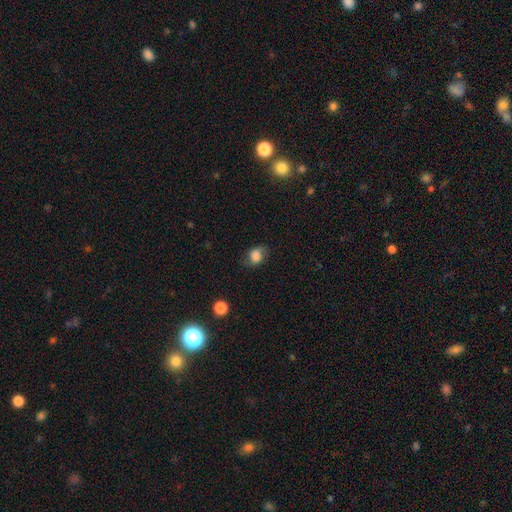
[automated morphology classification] A smooth galaxy with no disk features (75%) that is in between round and cigar-shaped (57%). Merging: none (65%).